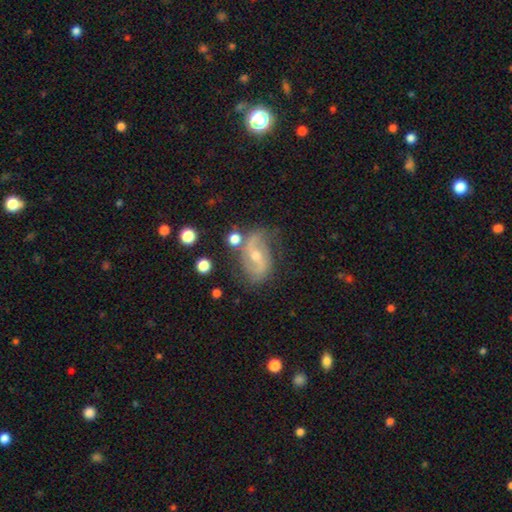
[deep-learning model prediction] smooth-or-featured: featured or disk: 81% | smooth: 11% | star or artifact: 8%
  disk-edge-on: no: 96% | yes: 4%
    bar: weak: 43% | no: 33% | strong: 24%
    has-spiral-arms: yes: 93% | no: 7%
      spiral-winding: medium: 43% | loose: 39% | tight: 18%
      spiral-arm-count: 2: 86% | can't tell: 6% | 1: 3% | 3: 2% | 4: 1% | more than 4: 1%
    bulge-size: moderate: 52% | small: 44% | large: 2% | none: 1% | dominant: 1%
  merging: none: 66% | minor disturbance: 21% | major disturbance: 9% | merger: 5%